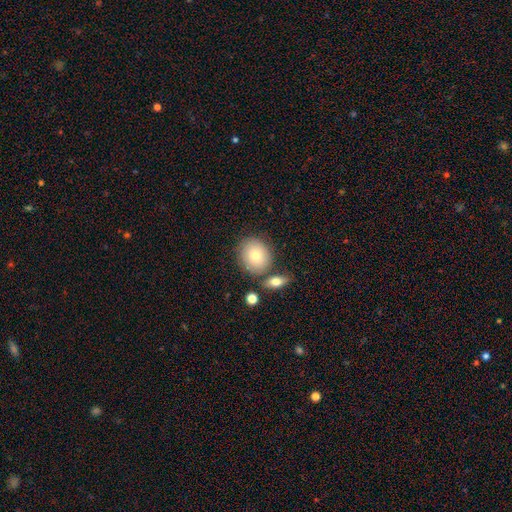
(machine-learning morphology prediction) Overall: smooth (75%). How rounded: round (73%). Merging: none (72%).